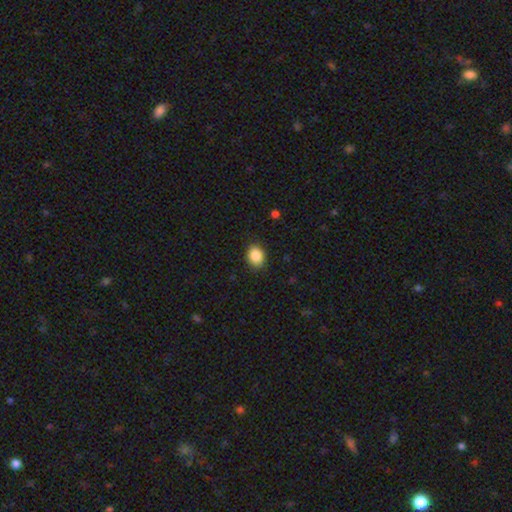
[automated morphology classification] type=smooth (87%); roundness=in between (56%); merging=none (87%).